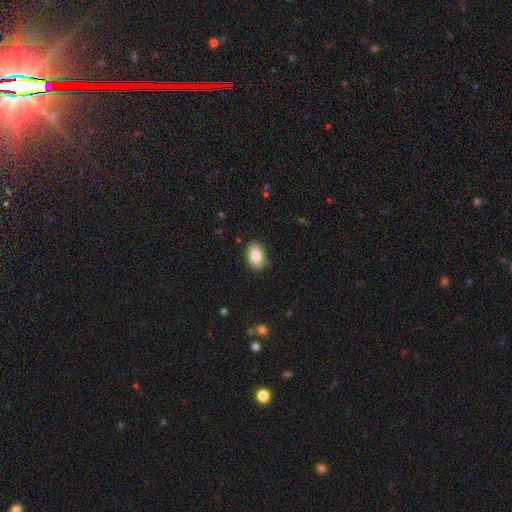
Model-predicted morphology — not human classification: smooth 84%, featured or disk 9%, star or artifact 7%. Down the decision tree: how rounded — in between (90%); merging — none (86%).